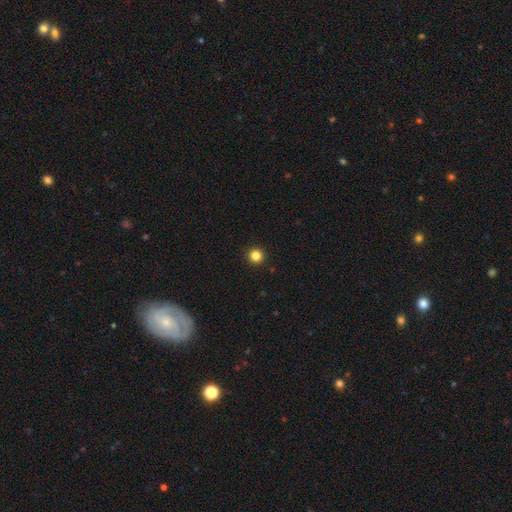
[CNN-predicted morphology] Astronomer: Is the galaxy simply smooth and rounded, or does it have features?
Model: smooth — 83%.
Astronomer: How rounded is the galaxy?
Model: round — 96%.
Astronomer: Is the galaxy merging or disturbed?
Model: none — 94%.